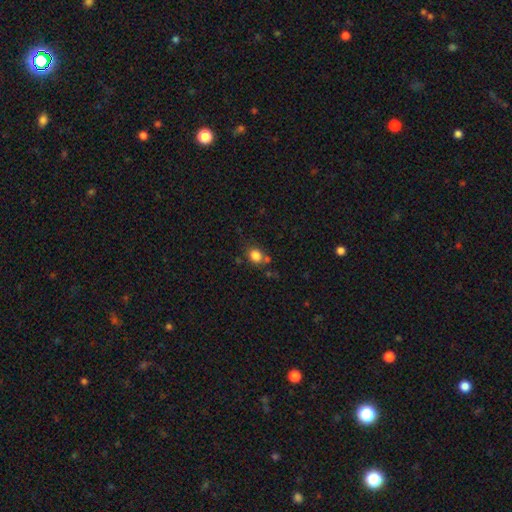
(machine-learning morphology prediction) smooth 83%, star or artifact 11%, featured or disk 6%. Down the decision tree: how rounded — round (57%); merging — none (64%).